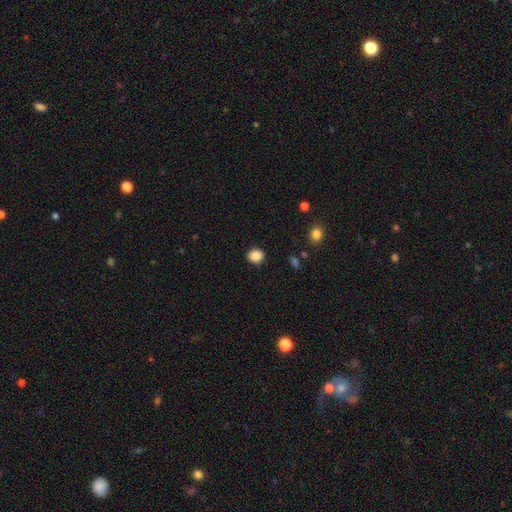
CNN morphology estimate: This is clearly a smooth galaxy (86%). How rounded: likely round (73%). Merging: clearly none (86%).